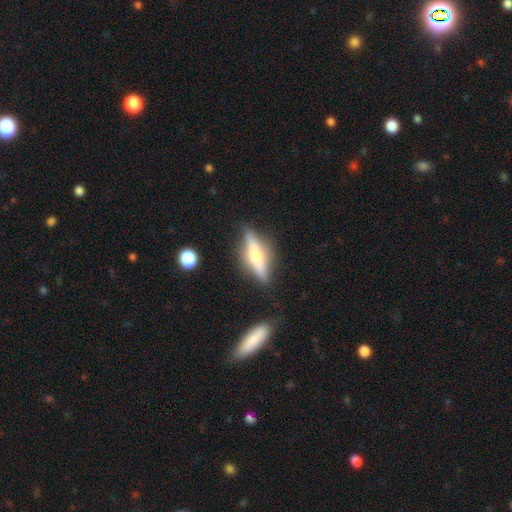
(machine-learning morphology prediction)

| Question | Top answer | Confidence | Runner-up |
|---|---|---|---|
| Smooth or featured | featured or disk | 65% | smooth (29%) |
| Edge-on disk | yes | 93% | no (7%) |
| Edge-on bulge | rounded | 89% | boxy (6%) |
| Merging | none | 81% | minor disturbance (13%) |